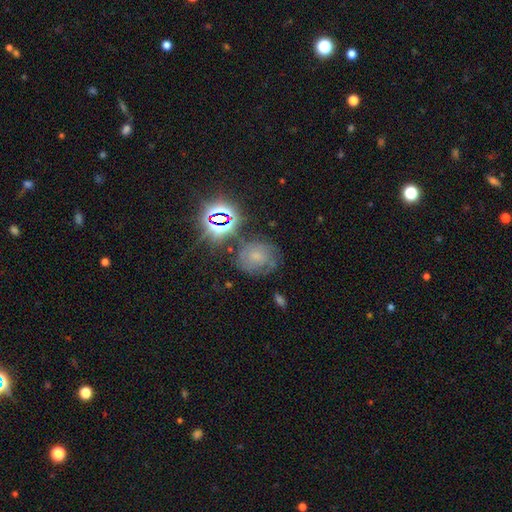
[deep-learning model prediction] Smooth or featured?
  - featured or disk: 41% *
  - star or artifact: 32%
  - smooth: 26%
Merging?
  - none: 65% *
  - minor disturbance: 20%
  - major disturbance: 10%
  - merger: 5%